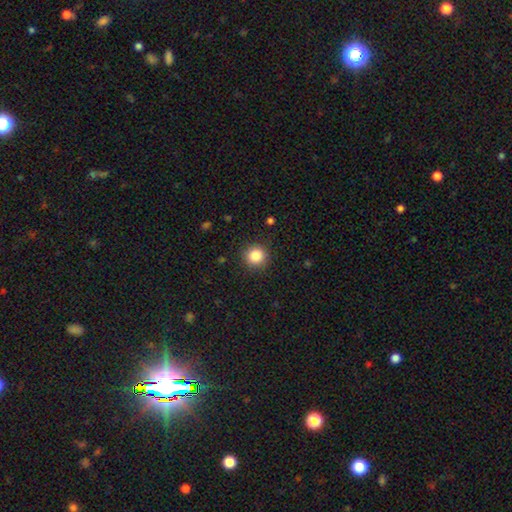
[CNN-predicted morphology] Q: Smooth or featured?
A: smooth (86%); runner-up: star or artifact (10%)
Q: How rounded?
A: round (94%); runner-up: in between (5%)
Q: Merging?
A: none (89%); runner-up: minor disturbance (7%)